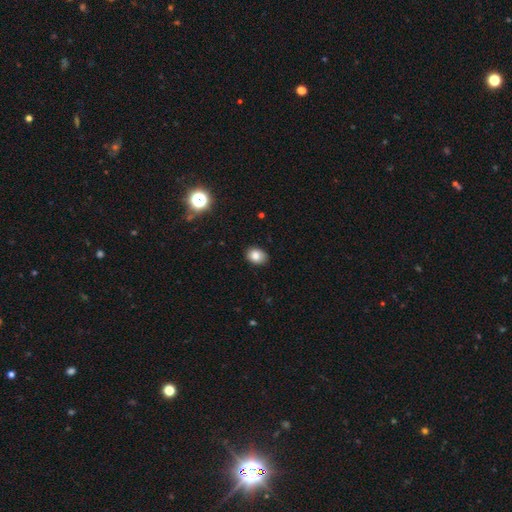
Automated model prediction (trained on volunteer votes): Morphology: type=smooth (84%); roundness=in between (64%); merging=none (84%).